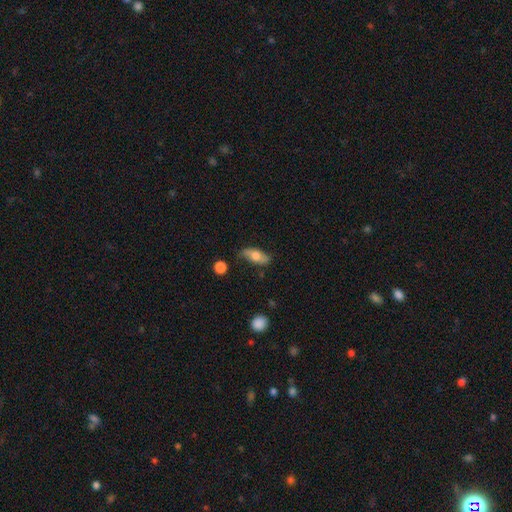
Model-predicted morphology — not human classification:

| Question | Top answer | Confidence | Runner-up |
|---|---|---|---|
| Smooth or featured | smooth | 59% | featured or disk (33%) |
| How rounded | in between | 77% | cigar-shaped (18%) |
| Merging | none | 68% | minor disturbance (23%) |